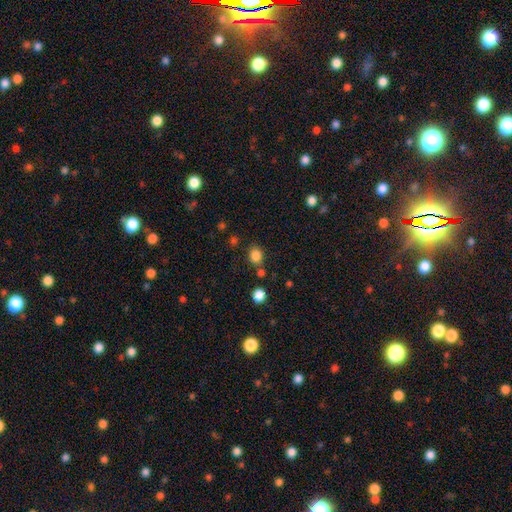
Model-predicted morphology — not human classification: Q: Smooth or featured?
A: smooth (83%); runner-up: star or artifact (12%)
Q: How rounded?
A: round (59%); runner-up: in between (40%)
Q: Merging?
A: none (76%); runner-up: minor disturbance (11%)